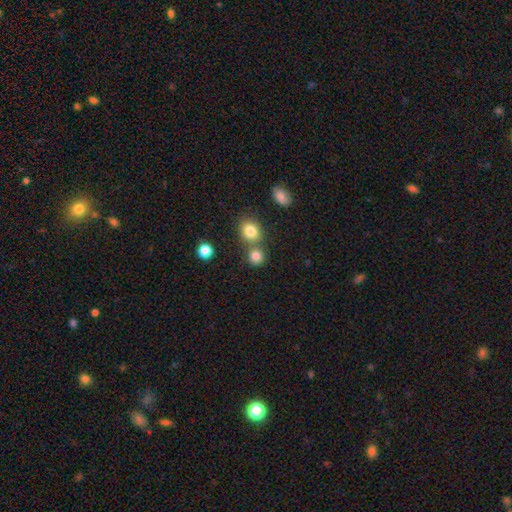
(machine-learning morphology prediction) A smooth galaxy with no disk features (82%) that is round (83%). Merging: none (60%).